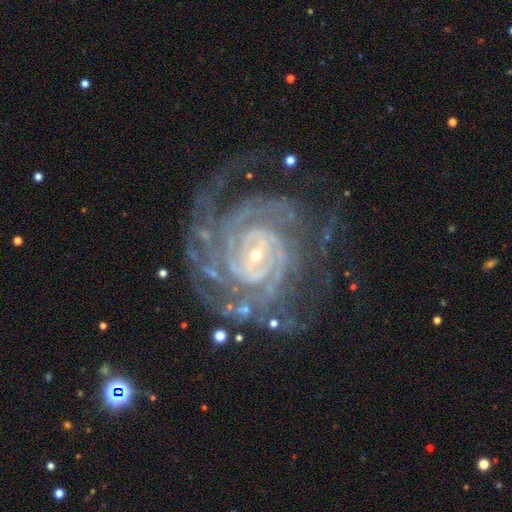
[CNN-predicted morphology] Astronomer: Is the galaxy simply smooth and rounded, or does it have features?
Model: featured or disk — 92%.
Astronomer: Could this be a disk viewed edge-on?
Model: no — 98%.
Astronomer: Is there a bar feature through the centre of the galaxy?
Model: no — 42% (runner-up: weak, 37%).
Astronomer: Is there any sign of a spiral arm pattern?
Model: yes — 98%.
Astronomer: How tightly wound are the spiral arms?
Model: tight — 78%.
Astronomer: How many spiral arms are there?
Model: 4 — 24% (runner-up: can't tell, 18%).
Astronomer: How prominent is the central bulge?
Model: small — 83%.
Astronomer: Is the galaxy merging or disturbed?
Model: none — 69%.